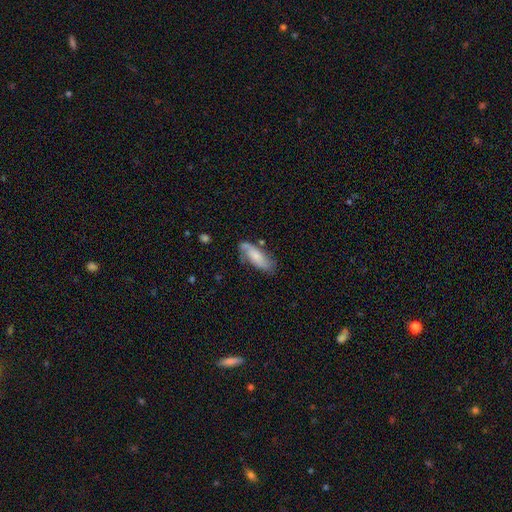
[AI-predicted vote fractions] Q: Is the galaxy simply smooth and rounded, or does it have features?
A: smooth — 58%.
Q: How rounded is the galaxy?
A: in between — 69%.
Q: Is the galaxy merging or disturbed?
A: none — 63%.